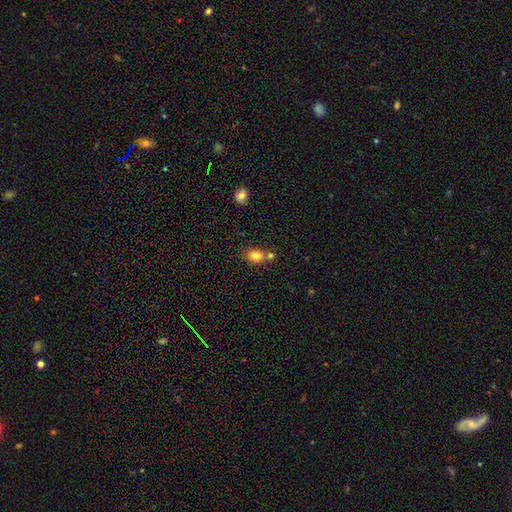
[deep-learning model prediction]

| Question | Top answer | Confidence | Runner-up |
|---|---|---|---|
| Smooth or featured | smooth | 82% | star or artifact (11%) |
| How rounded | round | 52% | in between (47%) |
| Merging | none | 55% | merger (29%) |